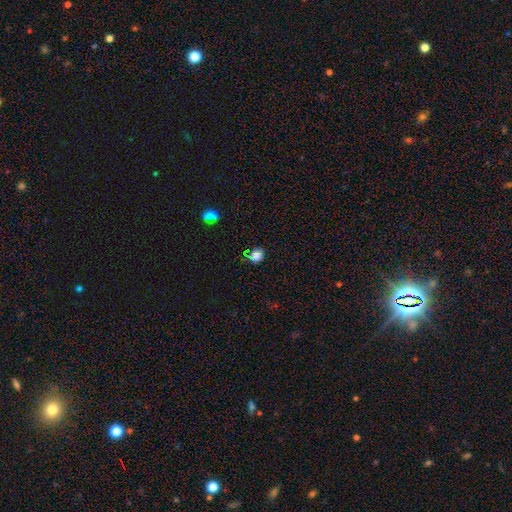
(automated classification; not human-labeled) A smooth galaxy with no disk features (53%) that is round (70%).

Vote fractions:
- Smooth or featured? smooth: 53% / star or artifact: 39% / featured or disk: 8%
- How rounded? round: 70% / in between: 28% / cigar-shaped: 3%
- Merging? none: 80% / minor disturbance: 12% / major disturbance: 5% / merger: 3%